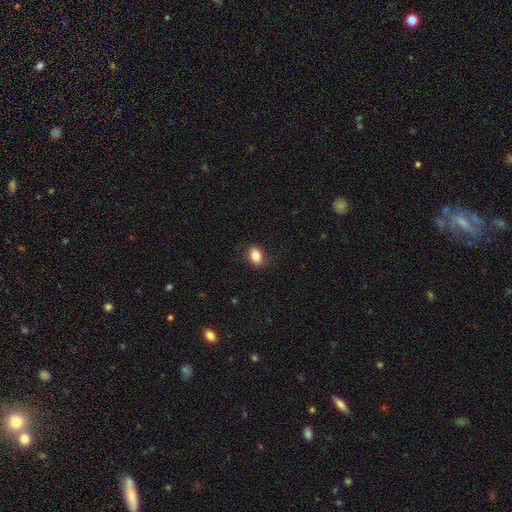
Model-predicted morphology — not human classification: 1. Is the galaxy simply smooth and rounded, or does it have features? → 85% smooth, 9% star or artifact, 6% featured or disk.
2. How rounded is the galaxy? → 66% in between, 33% round, 1% cigar-shaped.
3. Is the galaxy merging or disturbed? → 86% none, 10% minor disturbance, 3% major disturbance, 1% merger.